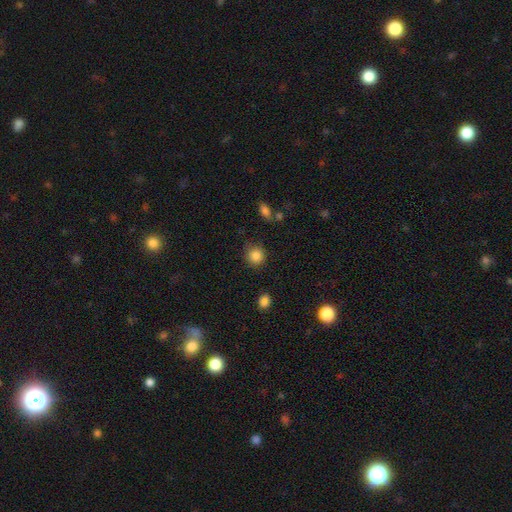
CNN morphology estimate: Smooth or featured: smooth — 86% (star or artifact — 10%)
How rounded: round — 91% (in between — 8%)
Merging: none — 83% (minor disturbance — 11%)